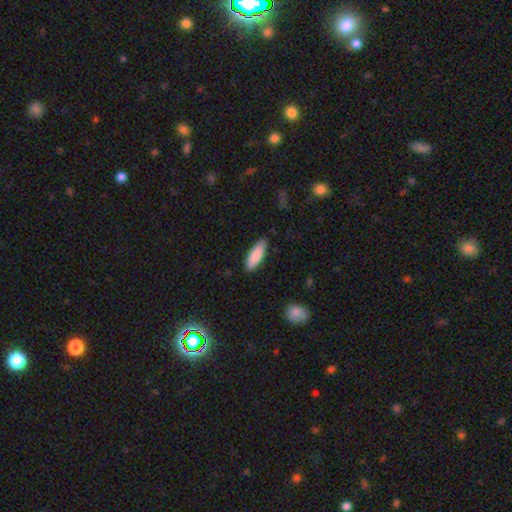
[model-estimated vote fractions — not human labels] smooth-or-featured: smooth: 86% | featured or disk: 8% | star or artifact: 6%
  how-rounded: in between: 59% | cigar-shaped: 40% | round: 2%
  merging: none: 87% | minor disturbance: 10% | major disturbance: 2% | merger: 1%